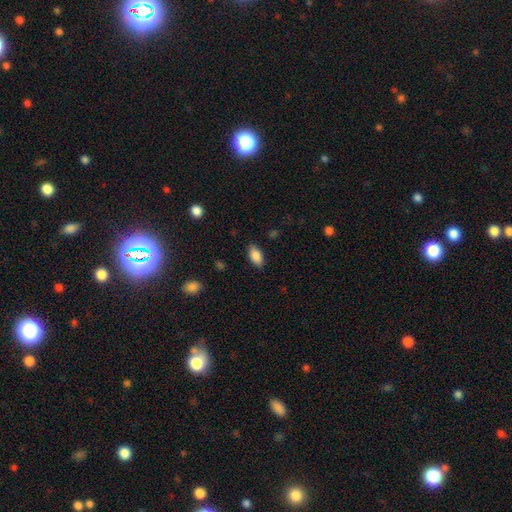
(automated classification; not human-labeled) A smooth galaxy with no disk features (88%) that is in between round and cigar-shaped (92%). Merging: none (85%).